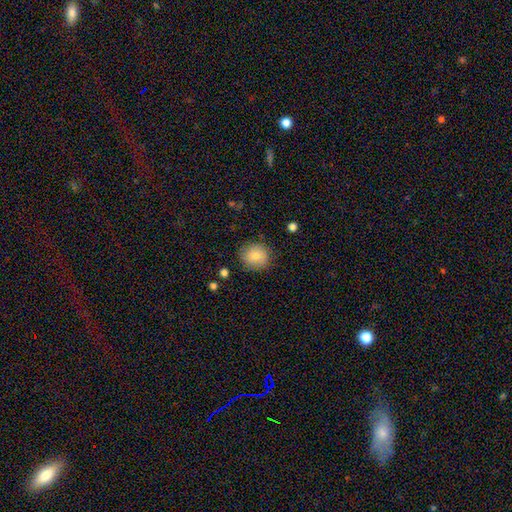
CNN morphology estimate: Smooth or featured? Predicted: smooth (p=0.83). How rounded? Predicted: round (p=0.83). Merging? Predicted: none (p=0.84).